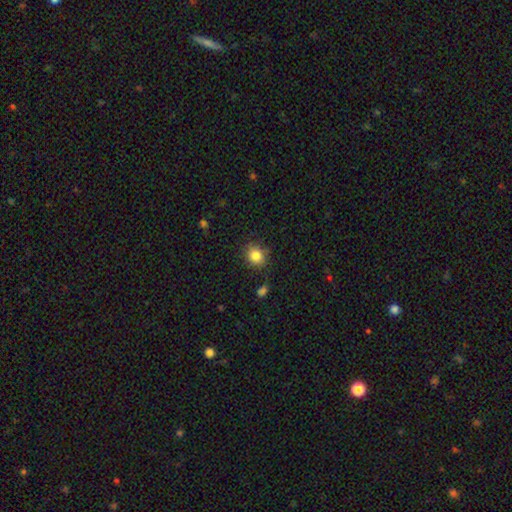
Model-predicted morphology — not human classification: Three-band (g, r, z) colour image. It shows a smooth galaxy with no disk features (83%) that is round (77%). Merging: none (82%).